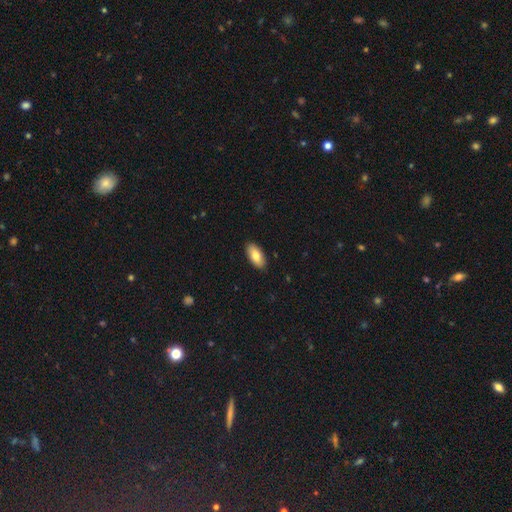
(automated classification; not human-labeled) Smooth or featured: smooth — 81% (featured or disk — 13%)
How rounded: in between — 92% (cigar-shaped — 6%)
Merging: none — 90% (minor disturbance — 8%)